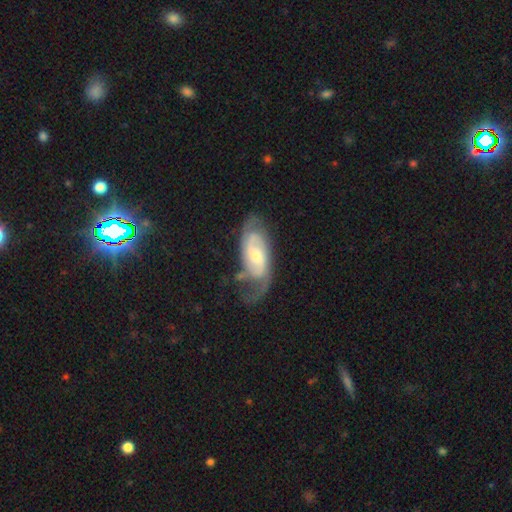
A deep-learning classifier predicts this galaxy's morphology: A featured or disk galaxy (80%) with no bar (50%), 2 (67%) medium (43%) spiral arms (94%) and a small central bulge (47%).

Vote fractions:
- Smooth or featured? featured or disk: 80% / smooth: 14% / star or artifact: 5%
- Edge-on disk? no: 93% / yes: 7%
- Bar? no: 50% / weak: 39% / strong: 11%
- Spiral arms? yes: 94% / no: 6%
- Spiral winding? medium: 43% / tight: 38% / loose: 19%
- Spiral arm count? 2: 67% / can't tell: 17% / 3: 7% / 1: 5% / 4: 2% / more than 4: 2%
- Bulge size? small: 47% / moderate: 45% / large: 4% / none: 2% / dominant: 1%
- Merging? none: 53% / minor disturbance: 24% / major disturbance: 20% / merger: 4%